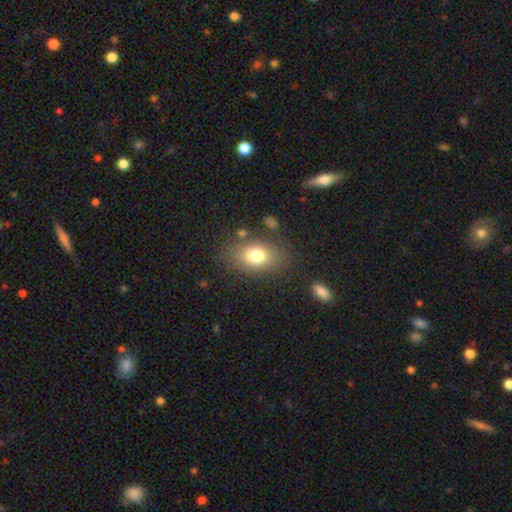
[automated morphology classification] type=smooth (78%); roundness=in between (79%); merging=none (78%).